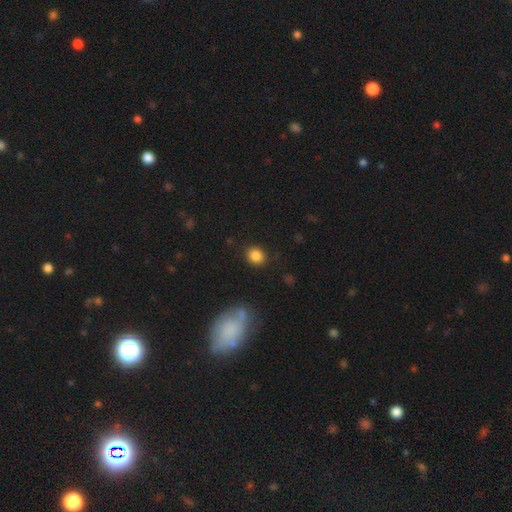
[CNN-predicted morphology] type=smooth (85%); roundness=round (67%); merging=none (87%).